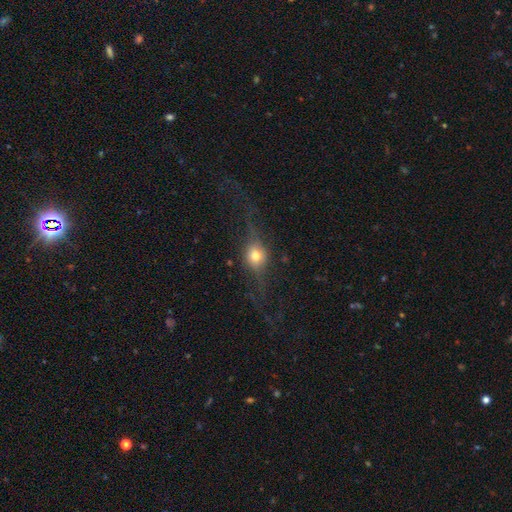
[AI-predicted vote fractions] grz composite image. It shows a featured or disk galaxy (48%). Merging: none (68%).